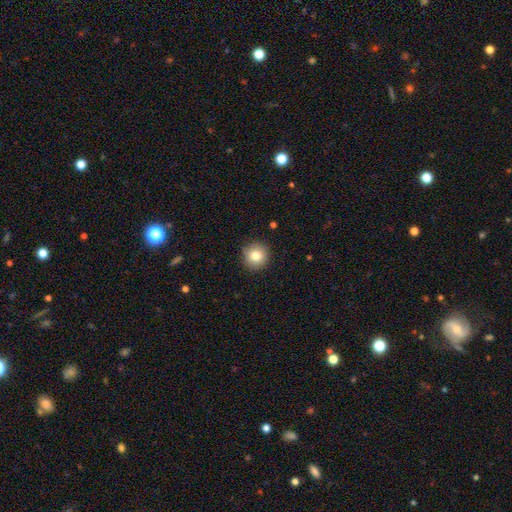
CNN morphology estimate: Q: Smooth or featured?
A: smooth (81%); runner-up: star or artifact (10%)
Q: How rounded?
A: round (94%); runner-up: in between (5%)
Q: Merging?
A: none (91%); runner-up: minor disturbance (6%)